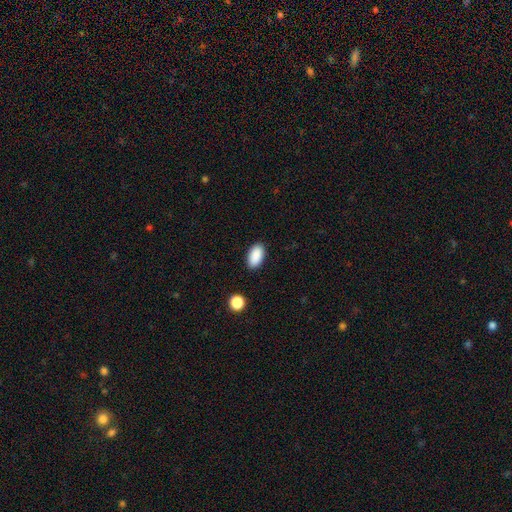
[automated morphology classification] smooth_or_featured: smooth (p=0.90) [alt: star or artifact p=0.07]
how_rounded: in between (p=0.95) [alt: round p=0.03]
merging: none (p=0.88) [alt: minor disturbance p=0.08]